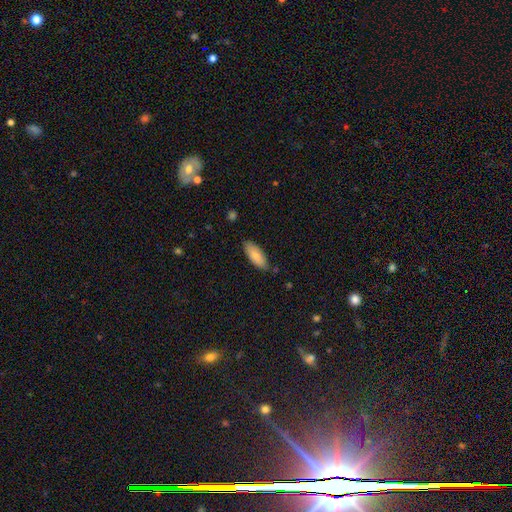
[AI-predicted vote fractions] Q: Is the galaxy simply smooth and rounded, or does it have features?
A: smooth — 84%.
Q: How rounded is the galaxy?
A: in between — 79%.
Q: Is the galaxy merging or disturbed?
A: none — 81%.